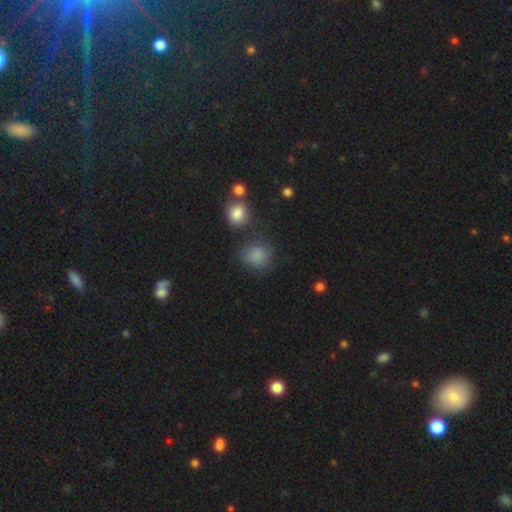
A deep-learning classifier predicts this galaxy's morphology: Overall: smooth (78%). How rounded: round (81%). Merging: none (76%).